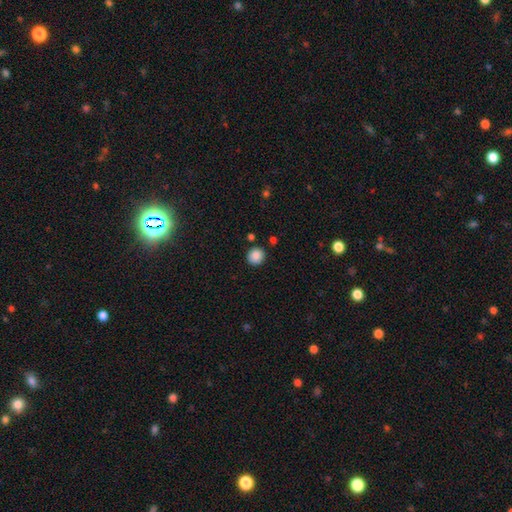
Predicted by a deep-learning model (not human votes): Smooth or featured: smooth — 87% (star or artifact — 10%)
How rounded: round — 91% (in between — 9%)
Merging: none — 88% (minor disturbance — 7%)